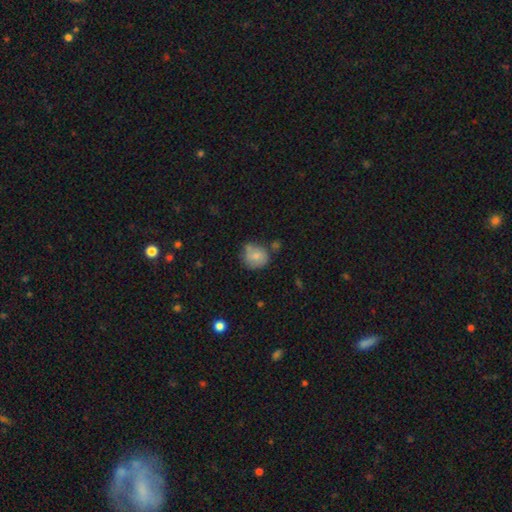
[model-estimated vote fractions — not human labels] Smooth or featured: smooth — 73% (featured or disk — 19%)
How rounded: round — 77% (in between — 22%)
Merging: none — 55% (minor disturbance — 26%)